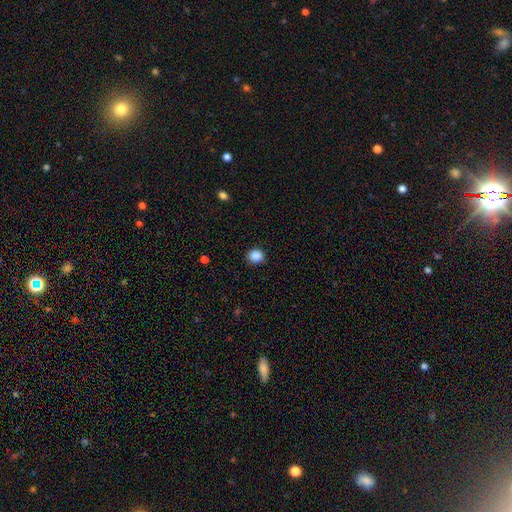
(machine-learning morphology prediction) Smooth or featured? smooth (88%)
How rounded? round (79%)
Merging? none (90%)